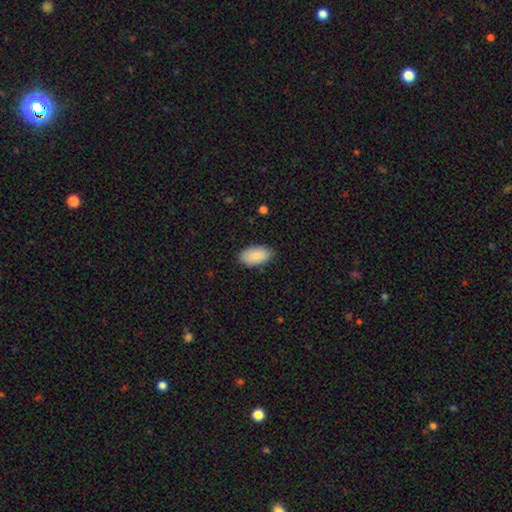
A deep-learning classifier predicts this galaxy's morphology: Smooth or featured? smooth (87%)
How rounded? in between (95%)
Merging? none (85%)